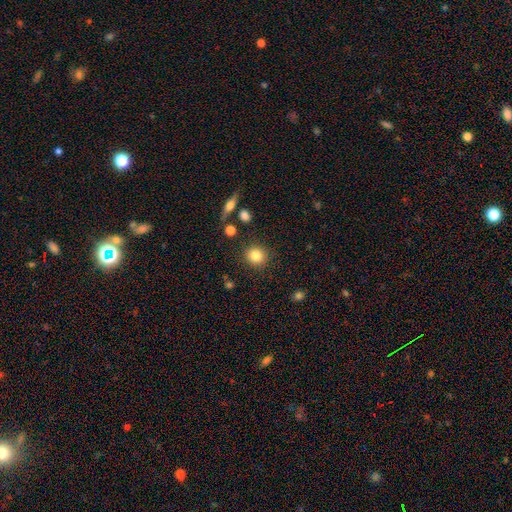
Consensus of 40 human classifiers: Q: Smooth or featured?
A: smooth (82%); runner-up: star or artifact (12%)
Q: How rounded?
A: round (85%); runner-up: in between (12%)
Q: Merging?
A: none (83%); runner-up: minor disturbance (14%)